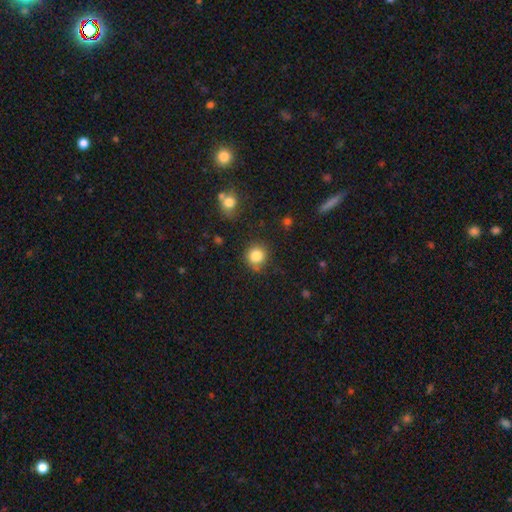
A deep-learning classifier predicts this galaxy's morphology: smooth 84%, star or artifact 11%, featured or disk 5%. Down the decision tree: how rounded — round (88%); merging — none (77%).